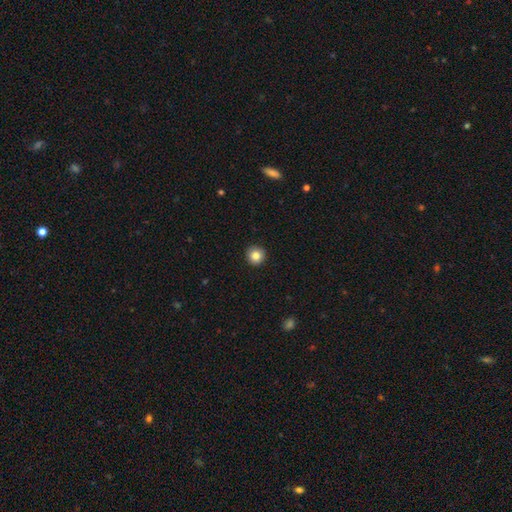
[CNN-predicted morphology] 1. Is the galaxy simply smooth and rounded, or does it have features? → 85% smooth, 10% star or artifact, 6% featured or disk.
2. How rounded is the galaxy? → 95% round, 4% in between, 1% cigar-shaped.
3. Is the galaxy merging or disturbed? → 93% none, 5% minor disturbance, 1% major disturbance, 1% merger.